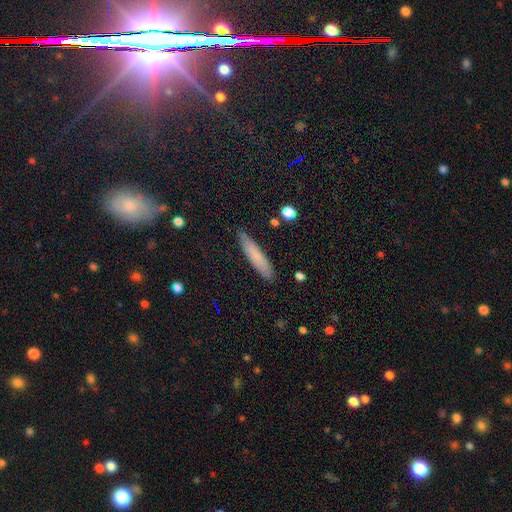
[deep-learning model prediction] Smooth or featured: smooth — 74% (featured or disk — 17%)
How rounded: cigar-shaped — 86% (in between — 13%)
Merging: none — 87% (minor disturbance — 10%)